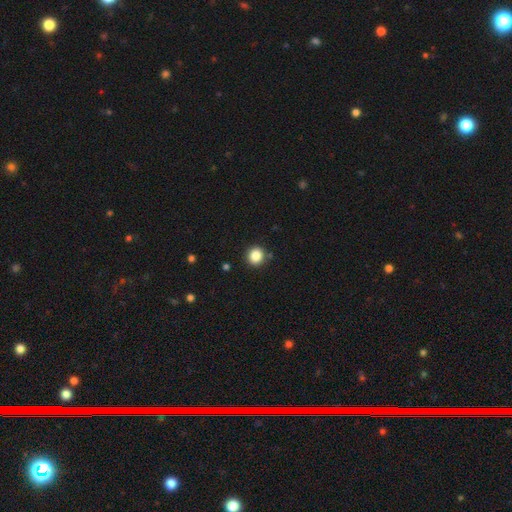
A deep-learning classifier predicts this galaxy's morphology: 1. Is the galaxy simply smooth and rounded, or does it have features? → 86% smooth, 10% star or artifact, 4% featured or disk.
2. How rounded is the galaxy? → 88% round, 11% in between, 1% cigar-shaped.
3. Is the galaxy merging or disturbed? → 89% none, 7% minor disturbance, 2% merger, 2% major disturbance.